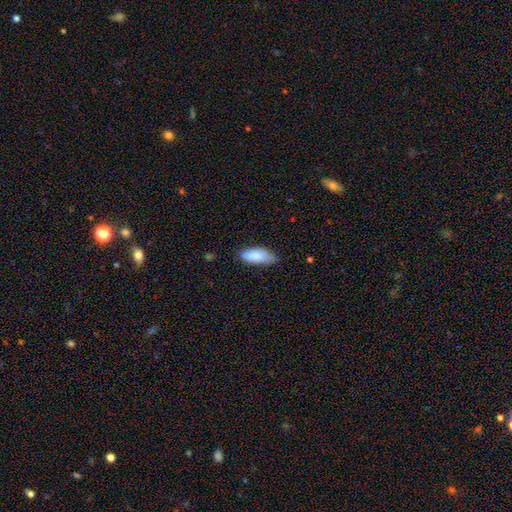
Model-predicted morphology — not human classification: A smooth galaxy with no disk features (87%) that is in between round and cigar-shaped (79%).

Vote fractions:
- Smooth or featured? smooth: 87% / featured or disk: 7% / star or artifact: 6%
- How rounded? in between: 79% / cigar-shaped: 20% / round: 2%
- Merging? none: 71% / minor disturbance: 25% / major disturbance: 4% / merger: 1%